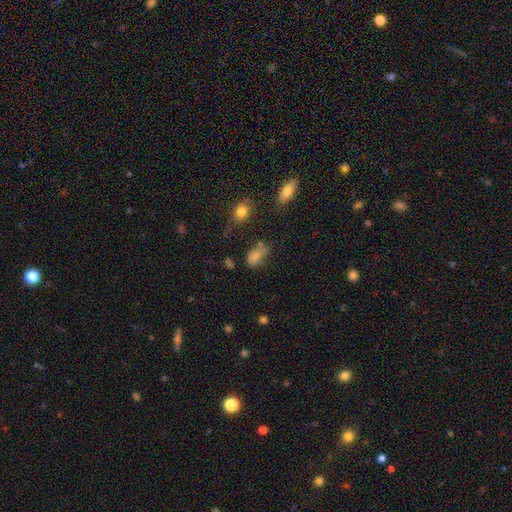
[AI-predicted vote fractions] Q: Smooth or featured?
A: smooth (73%); runner-up: featured or disk (14%)
Q: How rounded?
A: in between (86%); runner-up: round (11%)
Q: Merging?
A: none (45%); runner-up: minor disturbance (27%)